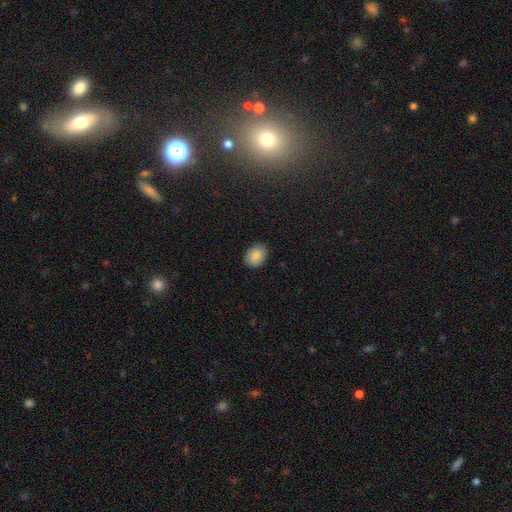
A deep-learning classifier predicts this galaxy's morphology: smooth 85%, star or artifact 8%, featured or disk 7%. Down the decision tree: how rounded — in between (70%); merging — none (86%).